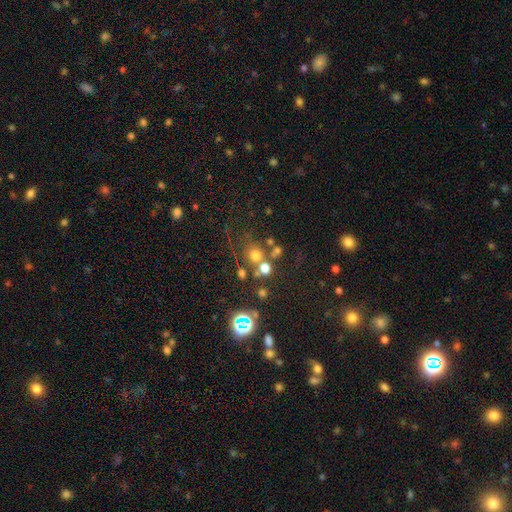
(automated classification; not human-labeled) This appears to be a smooth galaxy with no disk features (64%) that is round (87%). Merging: none (59%).